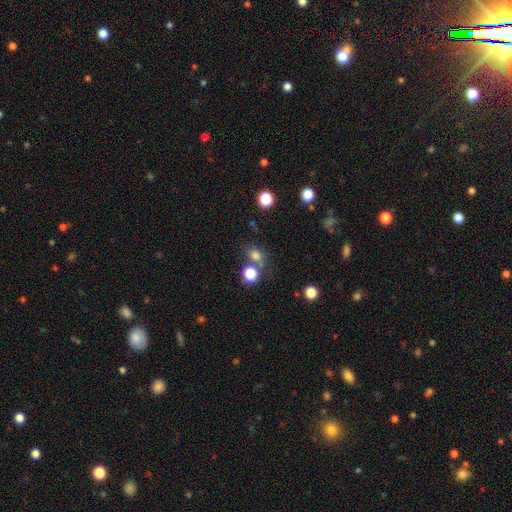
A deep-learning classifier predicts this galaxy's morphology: This appears to be a smooth galaxy with no disk features (72%) that is round (52%). Merging: none (58%).